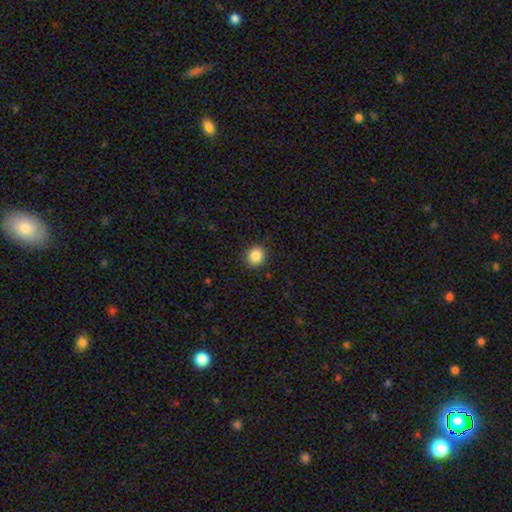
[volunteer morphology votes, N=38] This appears to be a smooth galaxy with no disk features (92%) that is round (91%). Merging: none (86%).